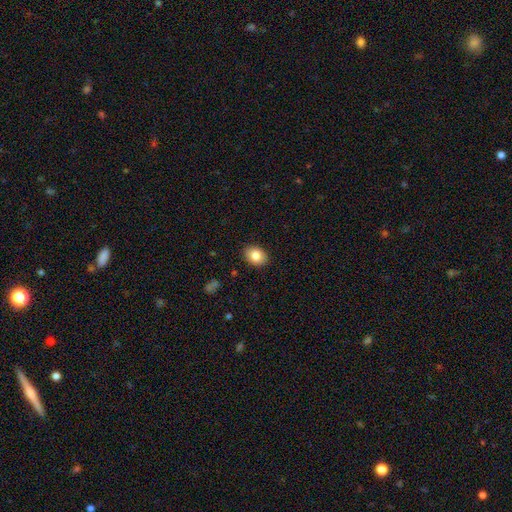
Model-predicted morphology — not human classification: smooth_or_featured: smooth (p=0.84) [alt: featured or disk p=0.09]
how_rounded: in between (p=0.68) [alt: round p=0.32]
merging: none (p=0.89) [alt: minor disturbance p=0.08]